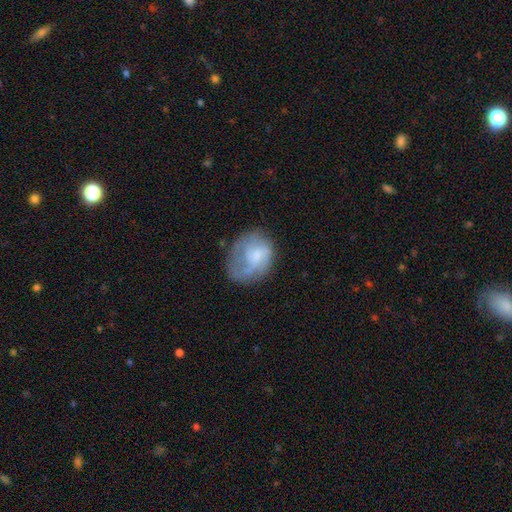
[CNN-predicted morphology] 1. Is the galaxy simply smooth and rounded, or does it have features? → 50% featured or disk, 42% smooth, 8% star or artifact.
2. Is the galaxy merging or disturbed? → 51% none, 26% minor disturbance, 21% major disturbance, 2% merger.